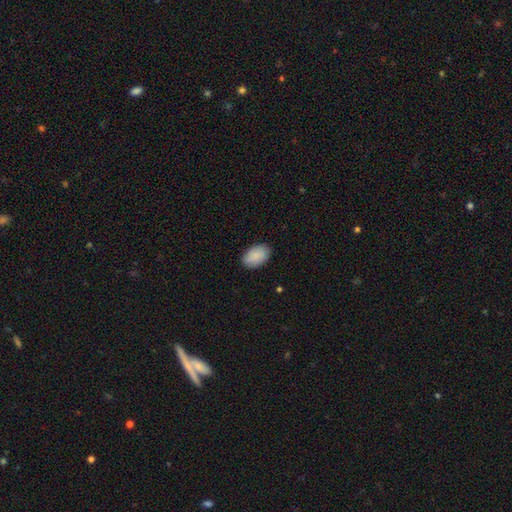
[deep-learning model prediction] Smooth or featured? Predicted: smooth (p=0.90). How rounded? Predicted: in between (p=0.91). Merging? Predicted: none (p=0.86).